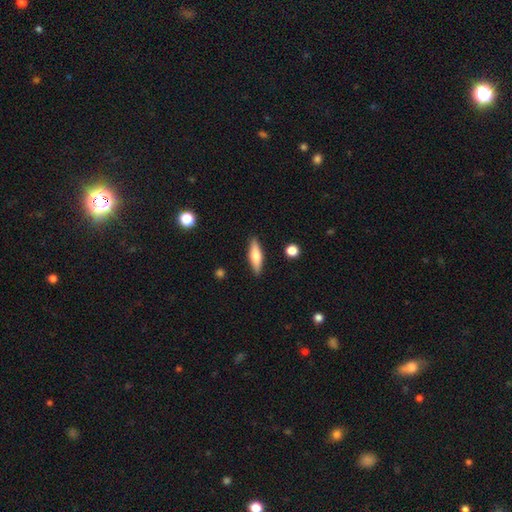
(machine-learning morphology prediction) Overall: smooth (58%; featured or disk 36%). How rounded: cigar-shaped (60%; in between 37%). Merging: none (88%).